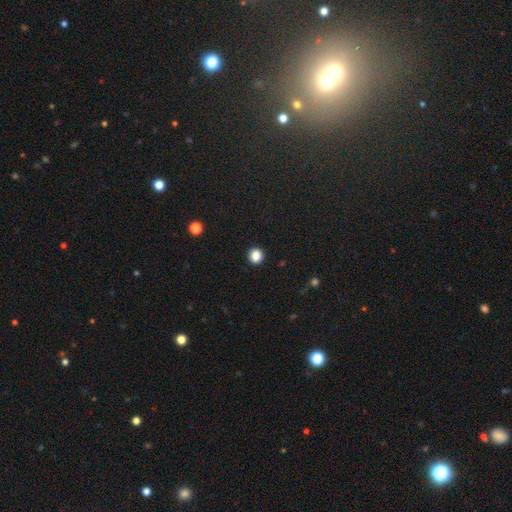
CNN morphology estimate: The model was most divided on "smooth or featured": smooth: 85%, star or artifact: 11%, featured or disk: 4%. More confident: merging — none (93%); how rounded — round (92%).